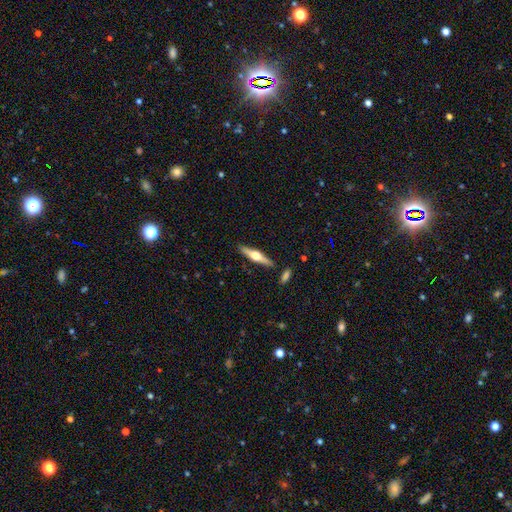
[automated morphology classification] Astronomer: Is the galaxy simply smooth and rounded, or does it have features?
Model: featured or disk — 65%.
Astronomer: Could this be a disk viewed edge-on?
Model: yes — 97%.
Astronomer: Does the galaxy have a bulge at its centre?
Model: rounded — 94%.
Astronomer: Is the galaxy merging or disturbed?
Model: none — 87%.